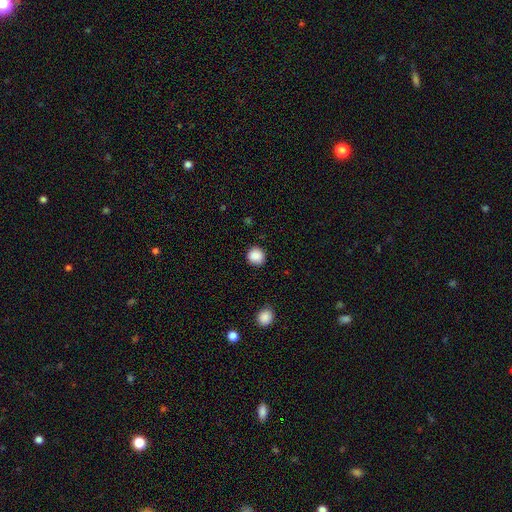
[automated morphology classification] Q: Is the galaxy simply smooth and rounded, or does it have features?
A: smooth — 88%.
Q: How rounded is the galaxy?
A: round — 91%.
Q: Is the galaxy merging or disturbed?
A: none — 88%.